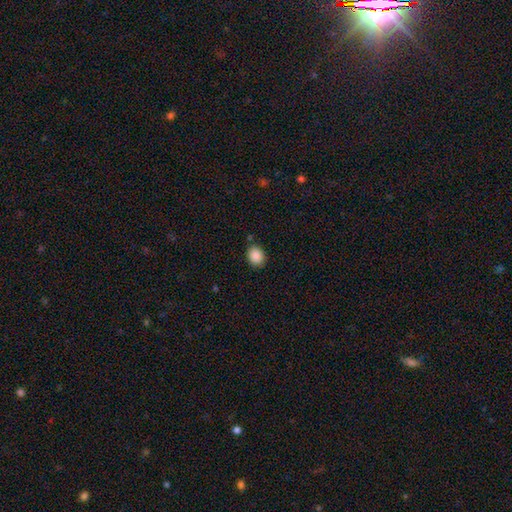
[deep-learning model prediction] smooth-or-featured: smooth: 89% | star or artifact: 8% | featured or disk: 3%
  how-rounded: round: 51% | in between: 49% | cigar-shaped: 1%
  merging: none: 84% | minor disturbance: 11% | major disturbance: 3% | merger: 3%